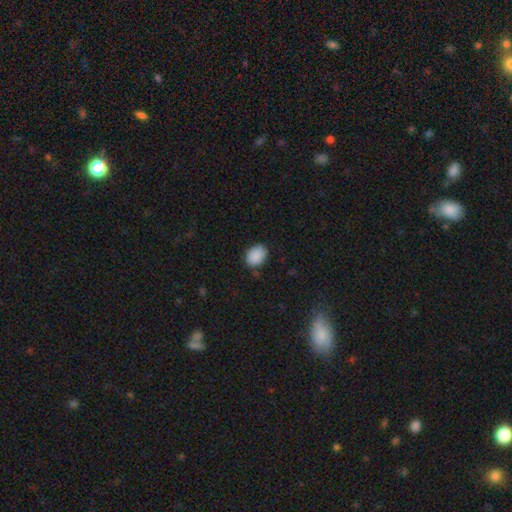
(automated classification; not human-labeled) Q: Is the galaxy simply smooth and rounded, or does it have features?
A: smooth — 89%.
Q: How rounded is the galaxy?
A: in between — 69%.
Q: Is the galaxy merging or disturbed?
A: none — 81%.